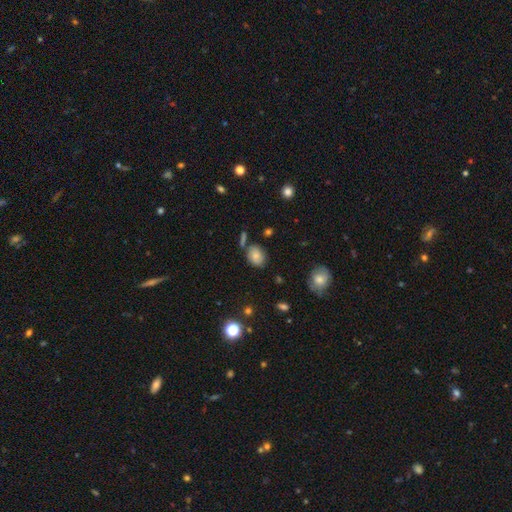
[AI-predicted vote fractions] smooth 78%, featured or disk 11%, star or artifact 11%. Down the decision tree: how rounded — in between (65%); merging — none (68%).